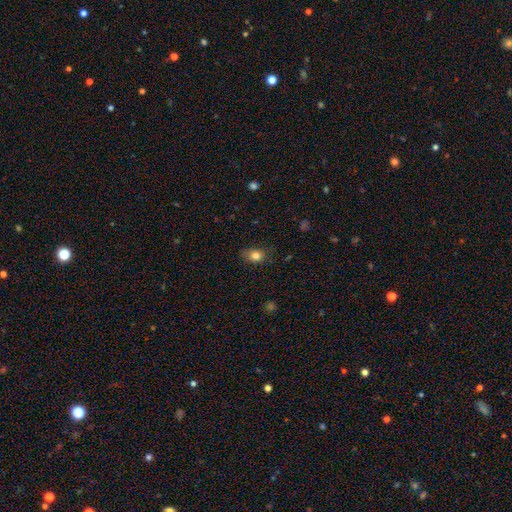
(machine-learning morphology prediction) Q: Smooth or featured?
A: smooth (81%); runner-up: star or artifact (11%)
Q: How rounded?
A: in between (61%); runner-up: round (38%)
Q: Merging?
A: none (72%); runner-up: minor disturbance (22%)